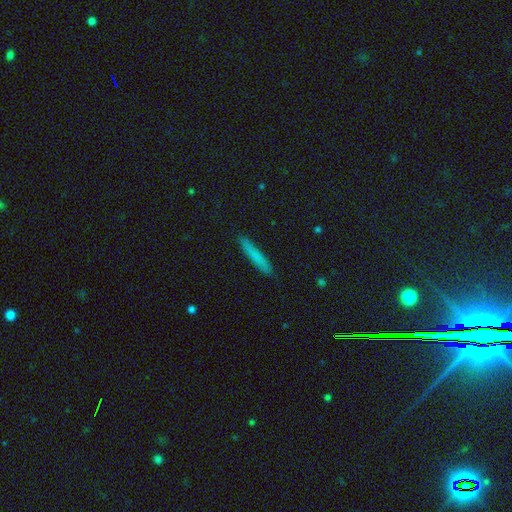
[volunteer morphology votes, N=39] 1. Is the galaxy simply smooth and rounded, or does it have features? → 92% smooth, 5% featured or disk, 3% star or artifact.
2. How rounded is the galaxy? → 94% cigar-shaped, 3% round, 3% in between.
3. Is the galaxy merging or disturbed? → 89% none, 11% minor disturbance, 0% major disturbance, 0% merger.